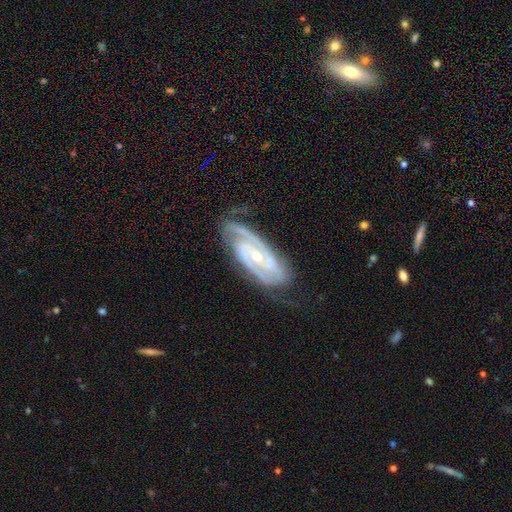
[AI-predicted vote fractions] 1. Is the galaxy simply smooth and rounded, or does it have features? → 92% featured or disk, 5% star or artifact, 4% smooth.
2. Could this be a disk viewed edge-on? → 95% no, 5% yes.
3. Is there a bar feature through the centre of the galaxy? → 42% no, 35% weak, 22% strong.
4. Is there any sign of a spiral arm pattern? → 98% yes, 2% no.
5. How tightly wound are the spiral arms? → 63% tight, 33% medium, 4% loose.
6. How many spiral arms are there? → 76% 2, 13% 3, 5% can't tell, 2% 4, 2% 1, 2% more than 4.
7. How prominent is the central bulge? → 61% small, 36% moderate, 1% none, 1% large, 1% dominant.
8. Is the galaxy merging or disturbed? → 76% none, 17% minor disturbance, 5% major disturbance, 1% merger.